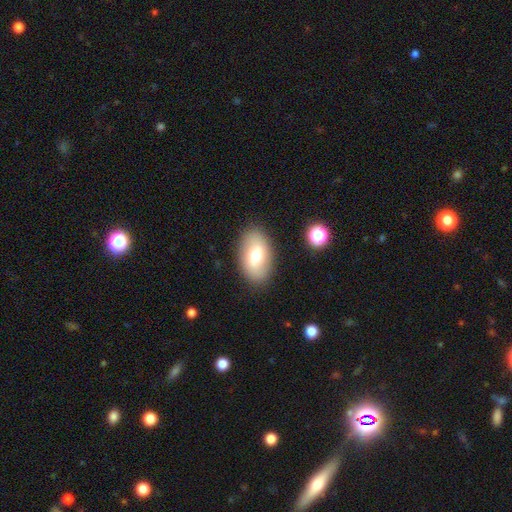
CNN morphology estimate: smooth-or-featured: smooth: 67% | featured or disk: 25% | star or artifact: 8%
  how-rounded: in between: 91% | round: 7% | cigar-shaped: 2%
  merging: none: 87% | minor disturbance: 9% | major disturbance: 3% | merger: 2%